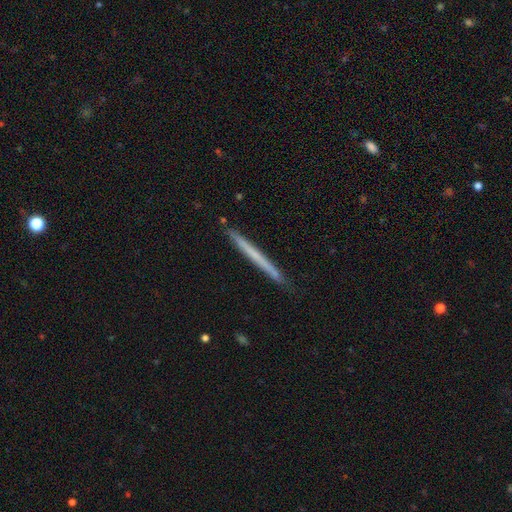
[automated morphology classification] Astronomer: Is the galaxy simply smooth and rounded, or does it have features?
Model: smooth — 51% (runner-up: featured or disk, 44%).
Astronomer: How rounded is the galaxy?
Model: cigar-shaped — 97%.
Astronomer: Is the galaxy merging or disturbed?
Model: none — 90%.